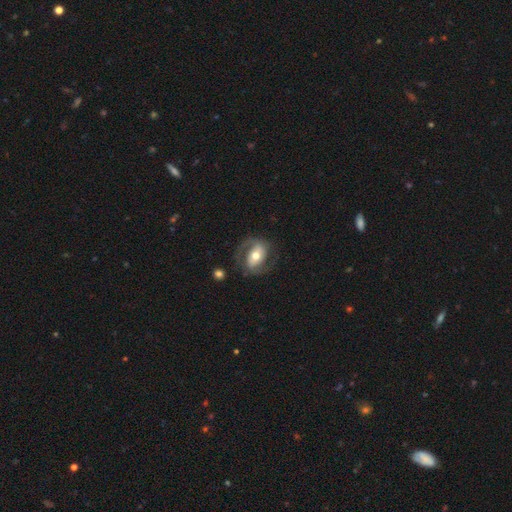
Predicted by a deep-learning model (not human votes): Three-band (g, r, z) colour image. It shows a featured or disk galaxy (72%) with a strong bar (37%), 2 (86%) medium (50%) spiral arms (83%) and a moderate central bulge (69%). Merging: none (71%).